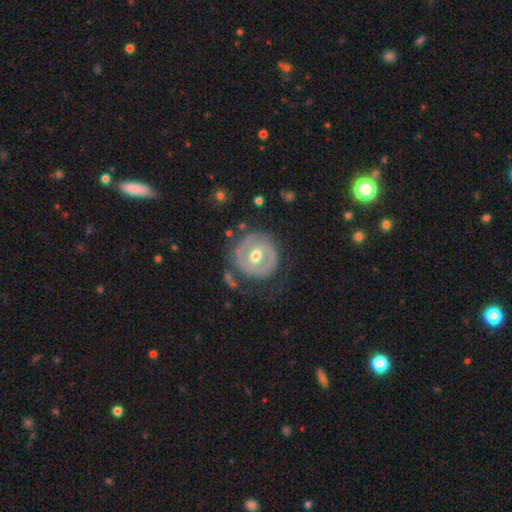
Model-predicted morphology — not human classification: smooth-or-featured: featured or disk: 62% | smooth: 33% | star or artifact: 5%
  disk-edge-on: no: 96% | yes: 4%
    bar: no: 54% | weak: 32% | strong: 14%
    has-spiral-arms: no: 64% | yes: 36%
    bulge-size: moderate: 79% | small: 11% | large: 8% | none: 1% | dominant: 1%
  merging: none: 71% | minor disturbance: 17% | major disturbance: 10% | merger: 3%